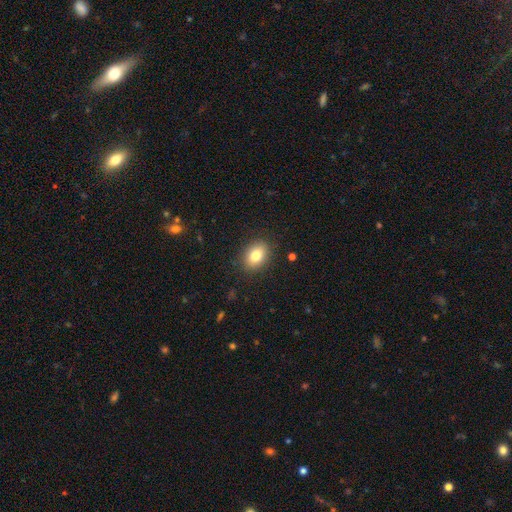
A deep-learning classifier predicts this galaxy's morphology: This appears to be a smooth galaxy with no disk features (81%) that is in between round and cigar-shaped (70%). Merging: none (87%).